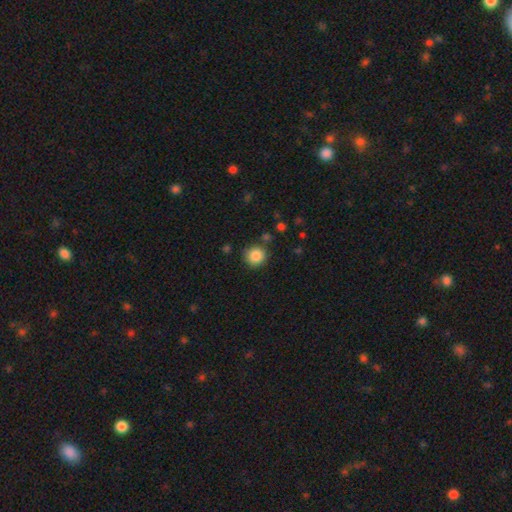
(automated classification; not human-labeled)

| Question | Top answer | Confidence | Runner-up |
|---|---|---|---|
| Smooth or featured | smooth | 87% | star or artifact (9%) |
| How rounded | round | 91% | in between (8%) |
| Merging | none | 84% | minor disturbance (9%) |